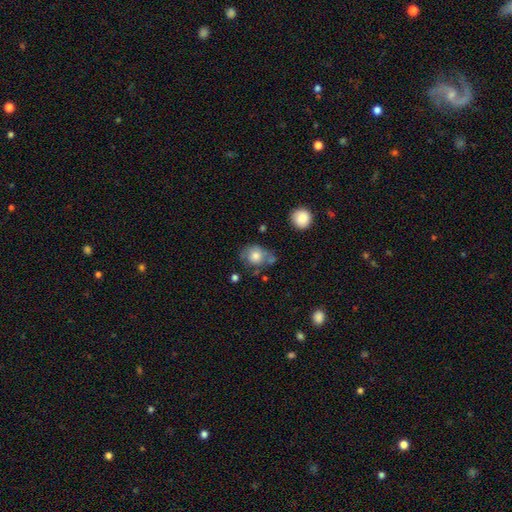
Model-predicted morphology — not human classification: Overall: smooth (72%). How rounded: round (66%; in between 33%). Merging: none (49%; minor disturbance 27%).